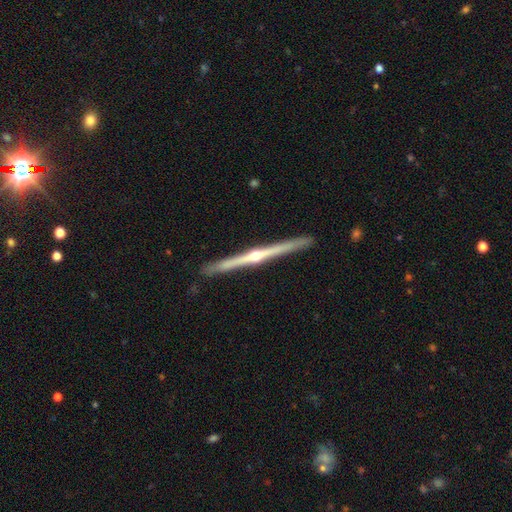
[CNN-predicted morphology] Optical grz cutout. It shows a featured or disk galaxy (85%) viewed edge-on (99%) with a rounded central bulge (92%). Merging: none (92%).